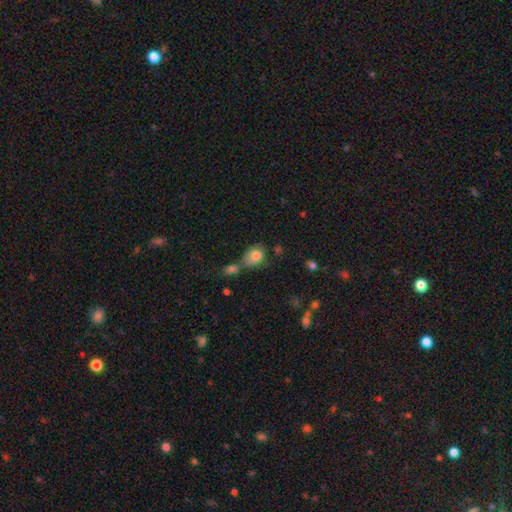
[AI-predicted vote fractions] Overall: smooth (80%). How rounded: in between (65%; round 34%). Merging: none (38%; merger 33%).